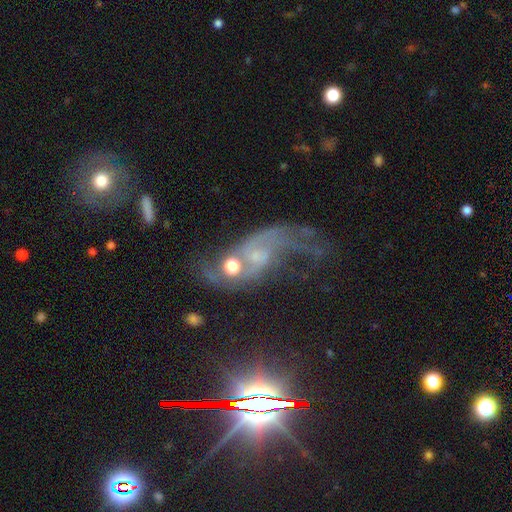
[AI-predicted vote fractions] Smooth or featured? Predicted: featured or disk (p=0.66). Edge-on disk? Predicted: no (p=0.93). Bar? Predicted: no (p=0.66). Spiral arms? Predicted: yes (p=0.75). Bulge size? Predicted: small (p=0.45). Merging? Predicted: major disturbance (p=0.33).